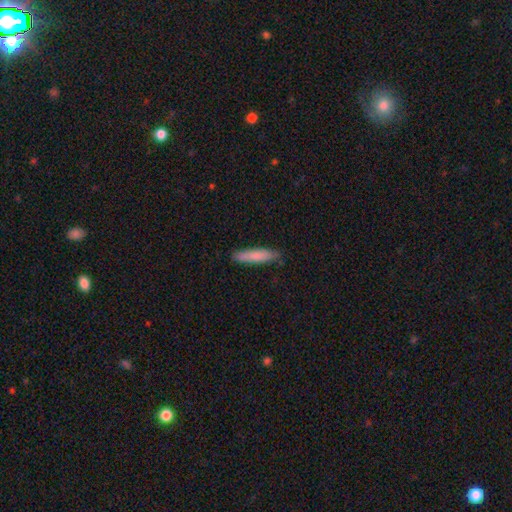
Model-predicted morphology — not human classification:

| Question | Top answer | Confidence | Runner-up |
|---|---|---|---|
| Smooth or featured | smooth | 80% | featured or disk (14%) |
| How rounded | cigar-shaped | 85% | in between (13%) |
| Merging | none | 85% | minor disturbance (12%) |